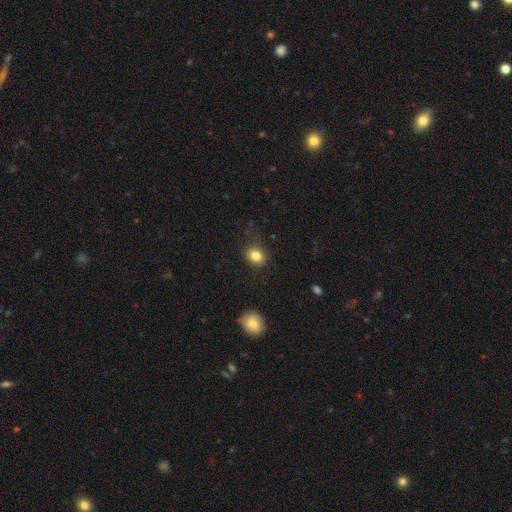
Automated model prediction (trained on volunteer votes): smooth 84%, star or artifact 10%, featured or disk 6%. Down the decision tree: how rounded — round (63%); merging — none (81%).